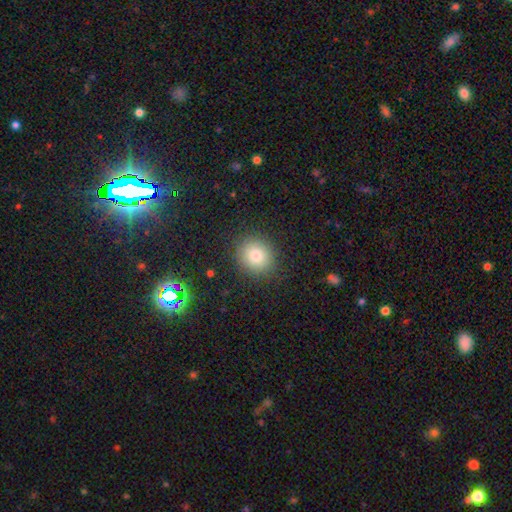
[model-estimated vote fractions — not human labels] Smooth or featured? Predicted: smooth (p=0.79). How rounded? Predicted: round (p=0.82). Merging? Predicted: none (p=0.88).